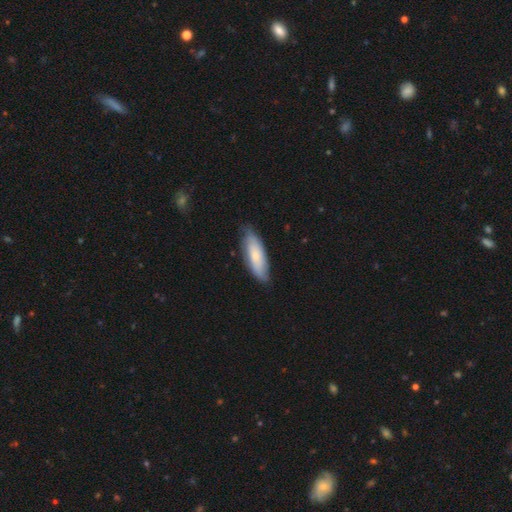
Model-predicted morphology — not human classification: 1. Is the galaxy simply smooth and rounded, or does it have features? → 64% smooth, 30% featured or disk, 6% star or artifact.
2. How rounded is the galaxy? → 59% in between, 39% cigar-shaped, 2% round.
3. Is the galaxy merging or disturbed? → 76% none, 20% minor disturbance, 3% major disturbance, 1% merger.